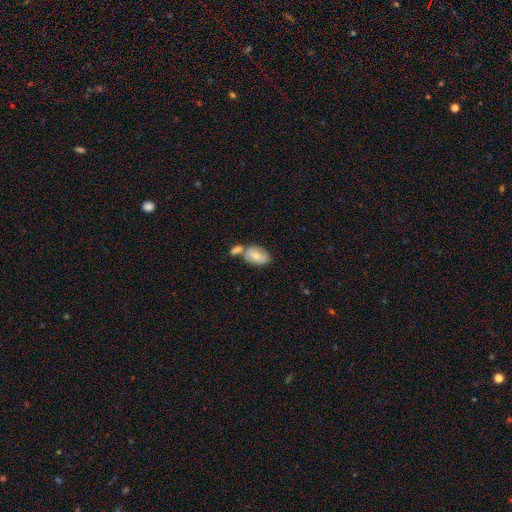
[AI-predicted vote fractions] This is likely a smooth galaxy (66%). How rounded: clearly in between (90%). Merging: marginally merger (41%).